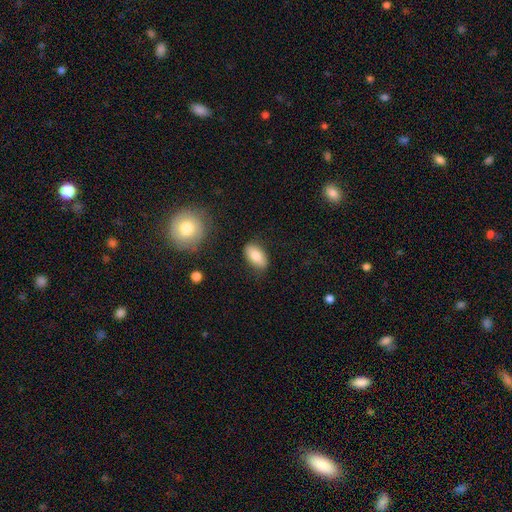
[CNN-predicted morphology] Smooth or featured? Predicted: smooth (p=0.81). How rounded? Predicted: in between (p=0.91). Merging? Predicted: none (p=0.80).